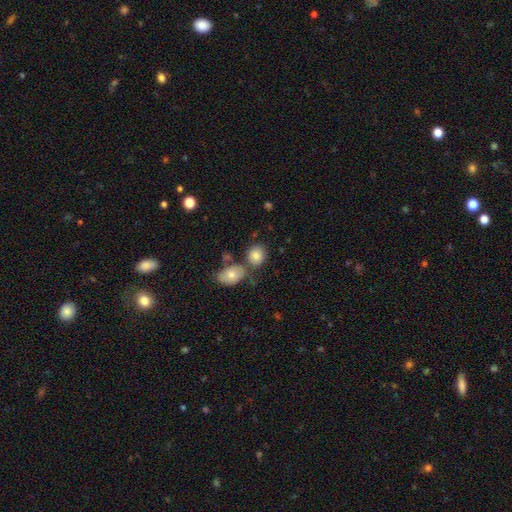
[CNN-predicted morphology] Smooth or featured: smooth — 83% (featured or disk — 9%)
How rounded: round — 63% (in between — 36%)
Merging: none — 58% (merger — 25%)